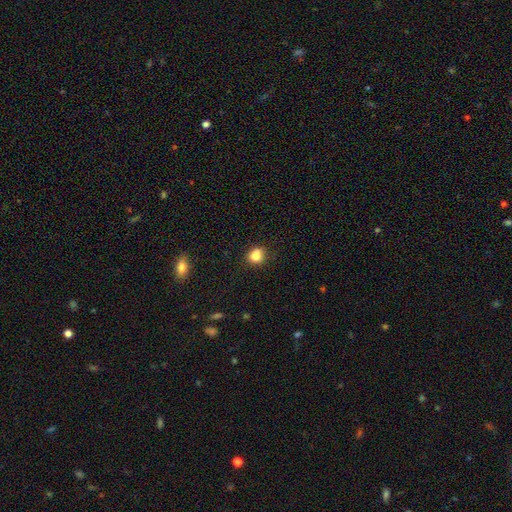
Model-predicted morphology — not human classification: Smooth or featured?
  - smooth: 82% *
  - star or artifact: 11%
  - featured or disk: 8%
How rounded?
  - round: 68% *
  - in between: 31%
  - cigar-shaped: 1%
Merging?
  - none: 65% *
  - minor disturbance: 18%
  - merger: 12%
  - major disturbance: 4%